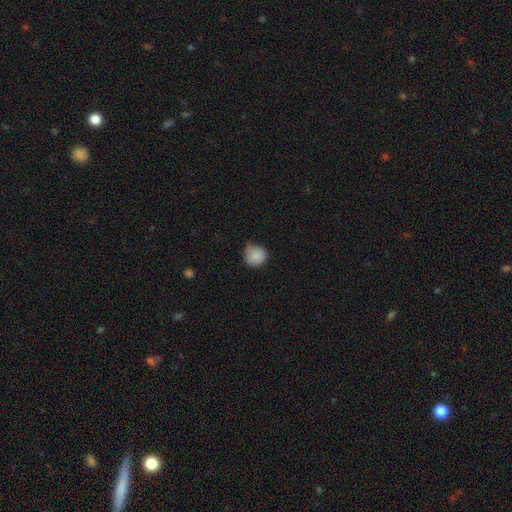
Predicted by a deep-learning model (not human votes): Smooth or featured? smooth (86%)
How rounded? round (88%)
Merging? none (59%)